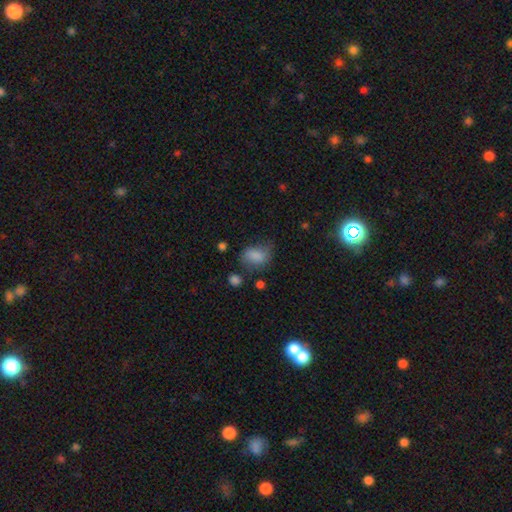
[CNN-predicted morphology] Smooth or featured: smooth — 77% (featured or disk — 12%)
How rounded: in between — 75% (round — 24%)
Merging: none — 47% (minor disturbance — 32%)